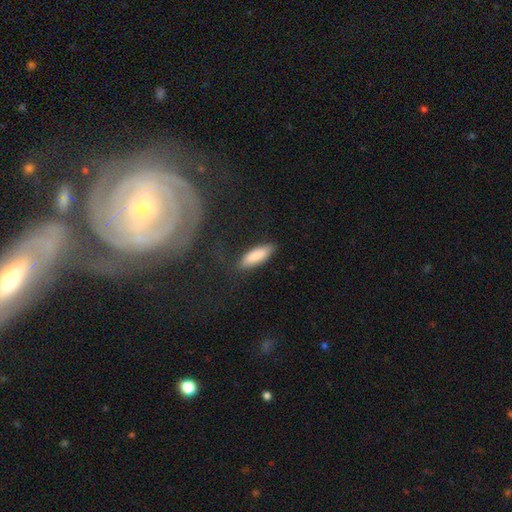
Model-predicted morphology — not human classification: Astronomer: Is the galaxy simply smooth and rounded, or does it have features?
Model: smooth — 86%.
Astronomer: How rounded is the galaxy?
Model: in between — 61% (runner-up: cigar-shaped, 37%).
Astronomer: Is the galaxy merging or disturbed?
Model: none — 82%.